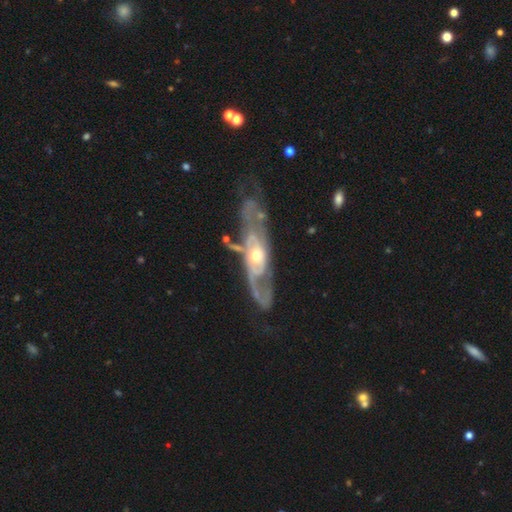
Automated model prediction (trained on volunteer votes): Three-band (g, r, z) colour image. It shows a featured or disk galaxy (86%) with no bar (69%), 2 (55%) tight (41%) spiral arms (85%) and a moderate central bulge (65%). Merging: none (50%).